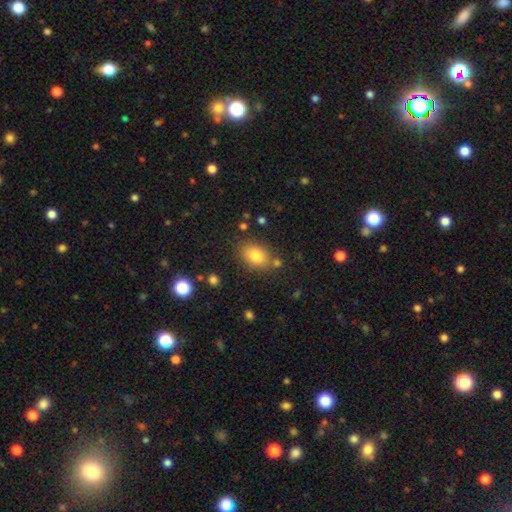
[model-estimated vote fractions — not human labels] smooth-or-featured: smooth: 82% | star or artifact: 10% | featured or disk: 8%
  how-rounded: in between: 73% | round: 25% | cigar-shaped: 1%
  merging: none: 76% | minor disturbance: 13% | merger: 7% | major disturbance: 4%